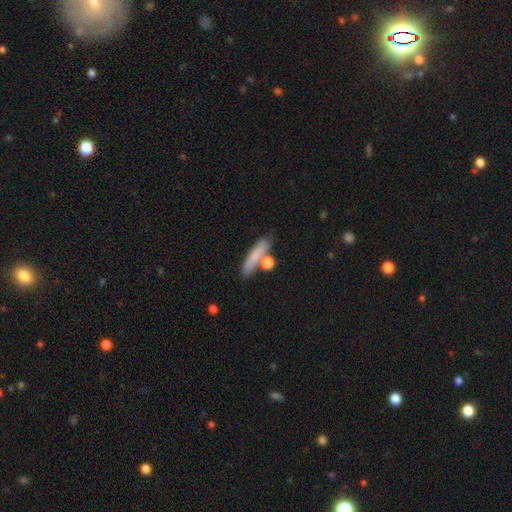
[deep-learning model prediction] Smooth or featured: smooth — 76% (featured or disk — 16%)
How rounded: cigar-shaped — 71% (in between — 22%)
Merging: none — 68% (minor disturbance — 14%)